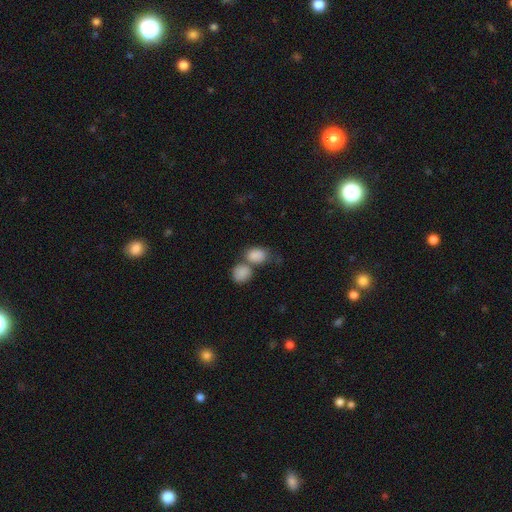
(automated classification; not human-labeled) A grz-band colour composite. It shows a smooth galaxy with no disk features (86%) that is in between round and cigar-shaped (70%). Merging: merger (55%).